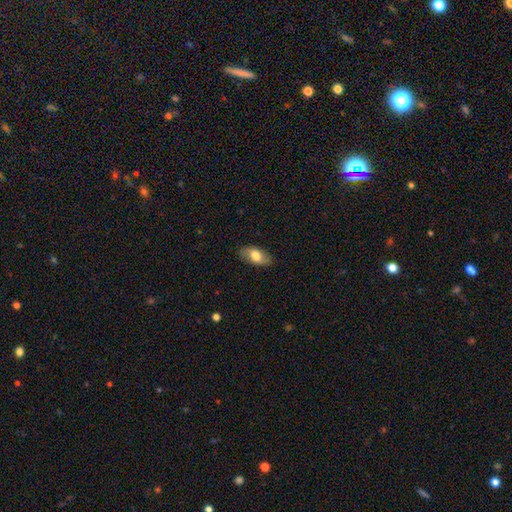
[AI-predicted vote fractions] A smooth galaxy with no disk features (64%) that is in between round and cigar-shaped (91%).

Vote fractions:
- Smooth or featured? smooth: 64% / featured or disk: 29% / star or artifact: 7%
- How rounded? in between: 91% / cigar-shaped: 5% / round: 4%
- Merging? none: 84% / minor disturbance: 12% / major disturbance: 3% / merger: 1%